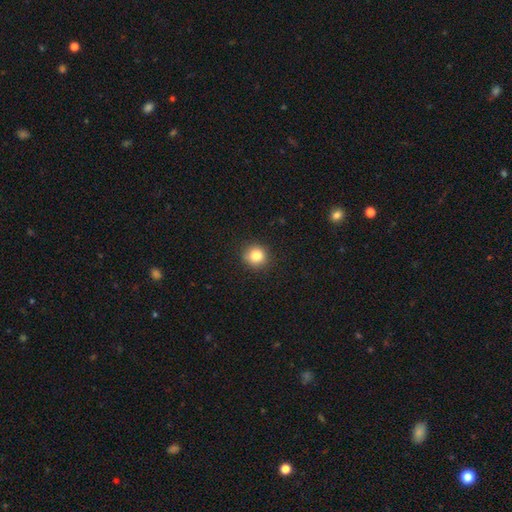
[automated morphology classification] The model was most divided on "smooth or featured": smooth: 83%, star or artifact: 11%, featured or disk: 6%. More confident: how rounded — round (88%); merging — none (88%).